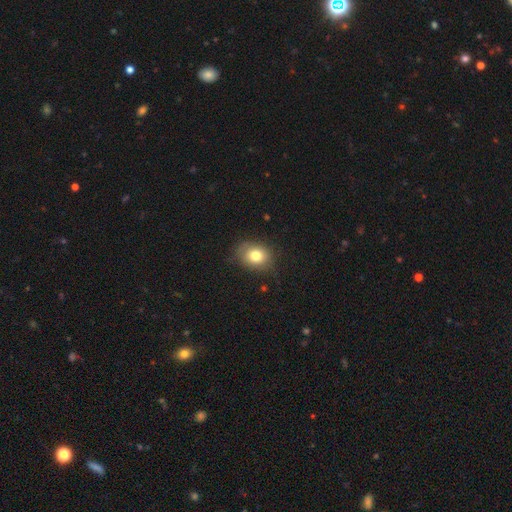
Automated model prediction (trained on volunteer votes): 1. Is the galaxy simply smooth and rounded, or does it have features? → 79% smooth, 12% featured or disk, 10% star or artifact.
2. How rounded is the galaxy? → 53% in between, 46% round, 1% cigar-shaped.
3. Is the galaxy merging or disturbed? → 76% none, 18% minor disturbance, 4% major disturbance, 1% merger.